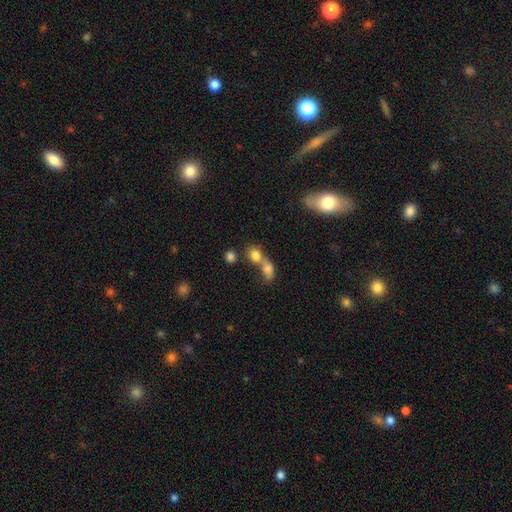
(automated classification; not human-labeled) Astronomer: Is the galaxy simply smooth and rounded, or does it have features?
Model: smooth — 78%.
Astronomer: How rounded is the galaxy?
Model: round — 55% (runner-up: in between, 42%).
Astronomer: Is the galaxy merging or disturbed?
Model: merger — 63%.